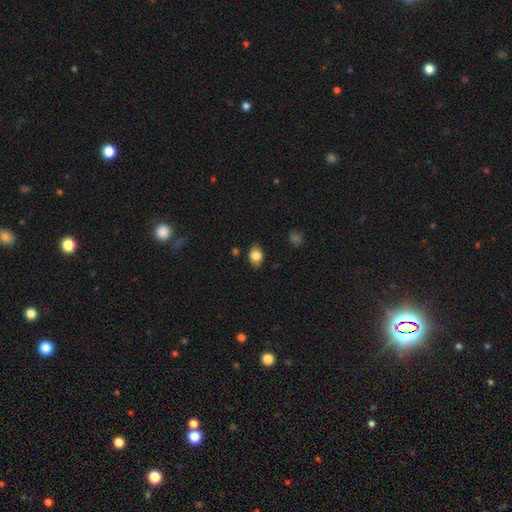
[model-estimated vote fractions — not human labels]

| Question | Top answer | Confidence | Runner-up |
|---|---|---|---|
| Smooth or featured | smooth | 82% | featured or disk (10%) |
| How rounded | in between | 71% | round (28%) |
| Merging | none | 80% | minor disturbance (16%) |